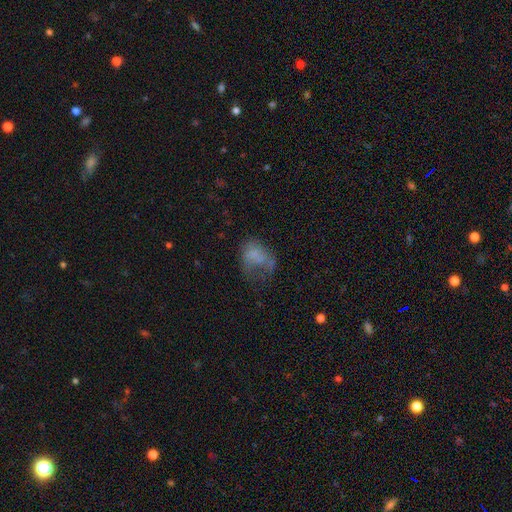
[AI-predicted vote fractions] smooth-or-featured: smooth: 55% | featured or disk: 31% | star or artifact: 14%
  how-rounded: in between: 72% | round: 27% | cigar-shaped: 1%
  merging: major disturbance: 42% | none: 26% | minor disturbance: 22% | merger: 10%